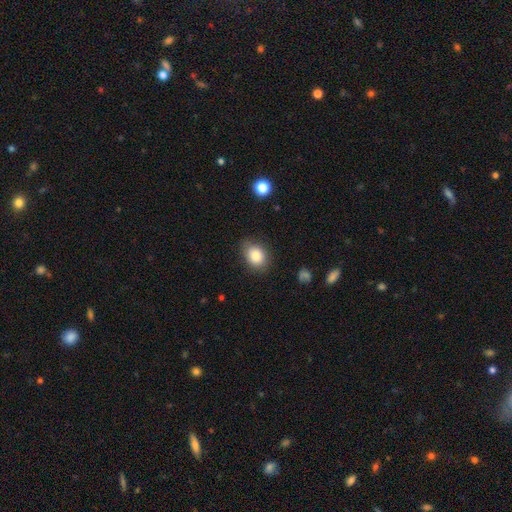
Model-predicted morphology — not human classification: This is clearly a smooth galaxy (84%). How rounded: possibly in between (58%). Merging: likely none (78%).